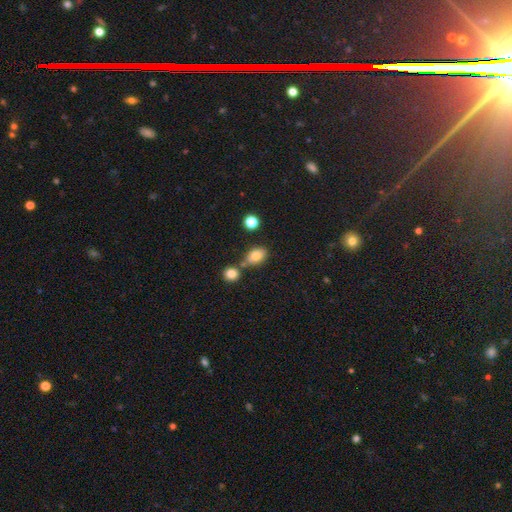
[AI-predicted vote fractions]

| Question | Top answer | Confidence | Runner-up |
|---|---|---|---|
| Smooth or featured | smooth | 79% | star or artifact (11%) |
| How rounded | in between | 77% | round (21%) |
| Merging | none | 62% | merger (20%) |